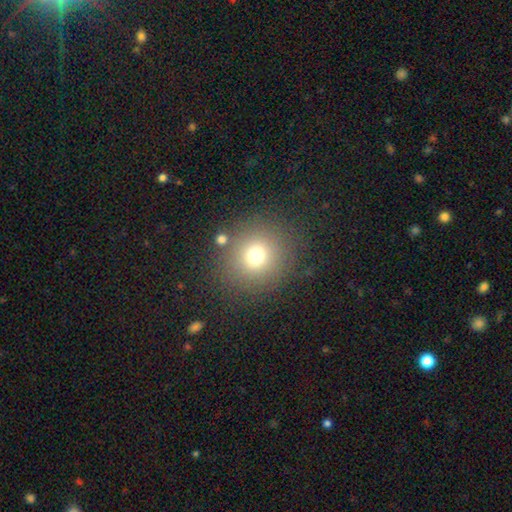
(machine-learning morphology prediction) Smooth or featured? smooth (71%)
How rounded? round (90%)
Merging? none (82%)